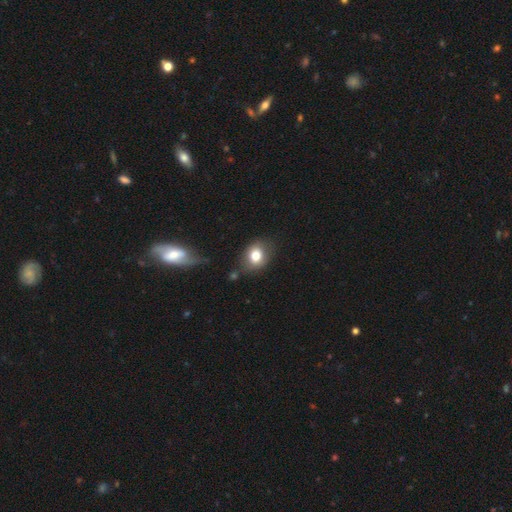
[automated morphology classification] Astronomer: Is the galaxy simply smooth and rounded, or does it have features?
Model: smooth — 77%.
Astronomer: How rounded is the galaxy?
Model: round — 51% (runner-up: in between, 48%).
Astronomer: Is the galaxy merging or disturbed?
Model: none — 69%.